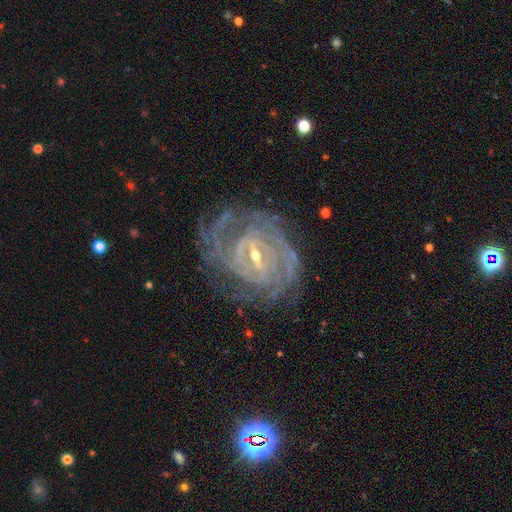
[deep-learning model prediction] The model was most divided on "bar": strong: 45%, weak: 43%, no: 12%. Remaining: spiral arms — yes (97%); edge-on disk — no (96%); smooth or featured — featured or disk (90%); spiral winding — tight (77%); merging — none (71%); bulge size — small (64%); spiral arm count — can't tell (30%).